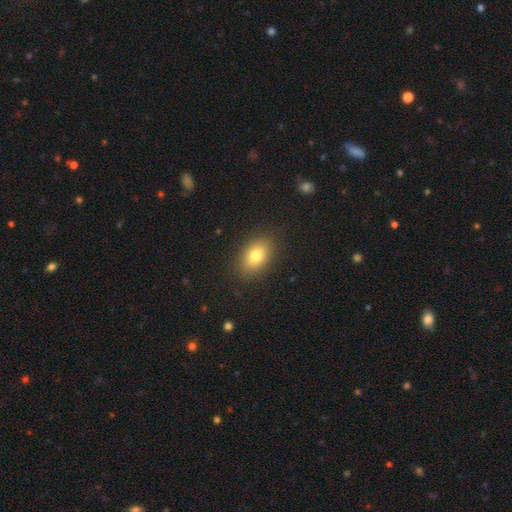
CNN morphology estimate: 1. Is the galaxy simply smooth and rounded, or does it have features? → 80% smooth, 11% featured or disk, 9% star or artifact.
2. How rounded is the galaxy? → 86% in between, 13% round, 2% cigar-shaped.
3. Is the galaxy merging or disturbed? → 88% none, 9% minor disturbance, 3% major disturbance, 1% merger.